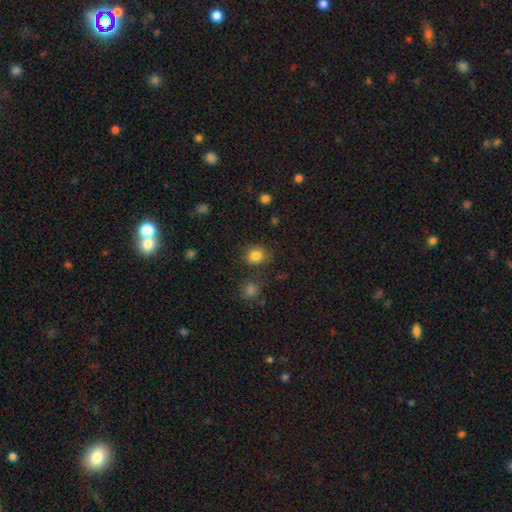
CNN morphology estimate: Smooth or featured? smooth (83%)
How rounded? round (66%)
Merging? none (80%)